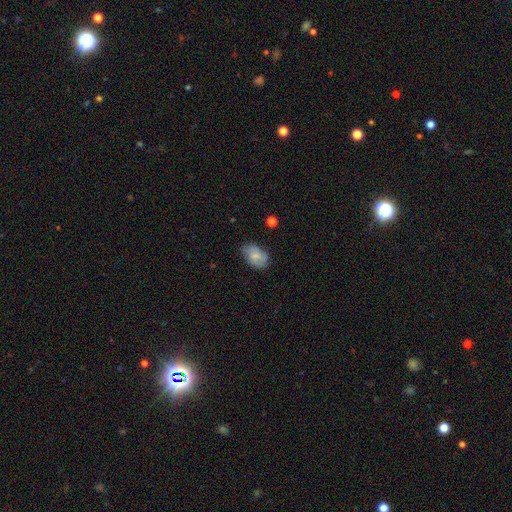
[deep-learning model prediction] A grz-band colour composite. It shows a smooth galaxy with no disk features (73%) that is in between round and cigar-shaped (88%). Merging: none (69%).